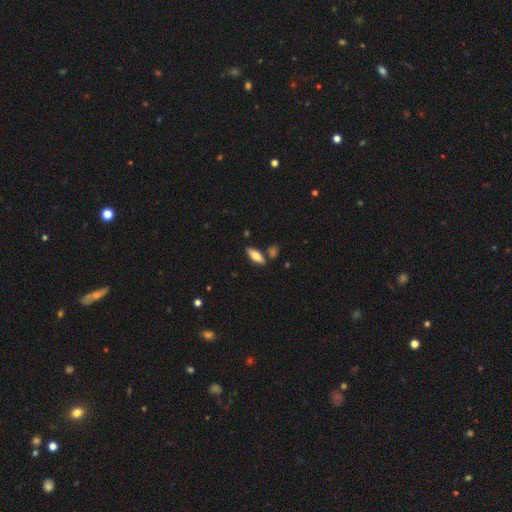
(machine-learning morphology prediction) The model was most divided on "how rounded": in between: 65%, cigar-shaped: 33%, round: 2%. More confident: merging — none (81%); smooth or featured — smooth (67%).